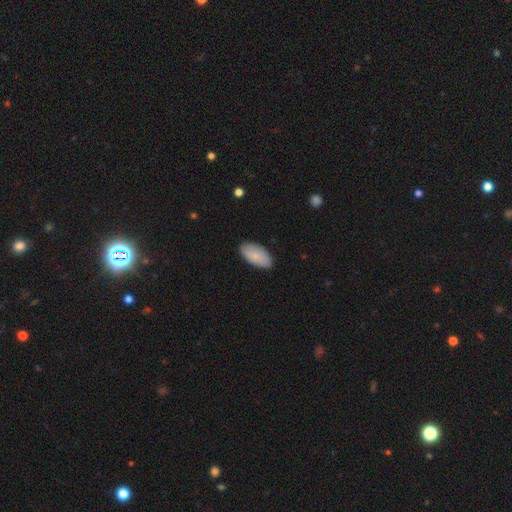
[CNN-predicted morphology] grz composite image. It shows a smooth galaxy with no disk features (83%) that is in between round and cigar-shaped (94%). Merging: none (85%).